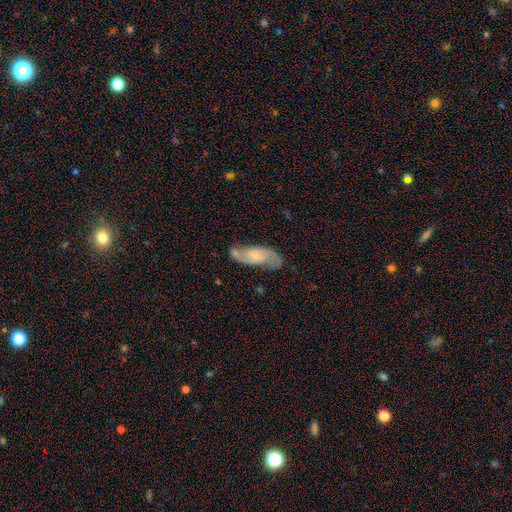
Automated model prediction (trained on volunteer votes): Overall: featured or disk (73%). Edge-on disk: no (92%). Bar: no (53%; weak 37%). Spiral arms: yes (93%). Spiral arm count: 2 (87%). Spiral winding: medium (49%; loose 31%). Bulge size: small (51%; moderate 27%). Merging: none (71%).